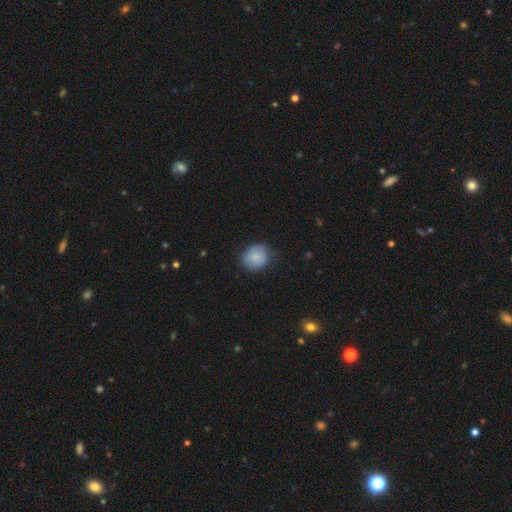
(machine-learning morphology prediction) The model was most divided on "how rounded": round: 71%, in between: 28%, cigar-shaped: 1%. More confident: smooth or featured — smooth (80%); merging — none (71%).